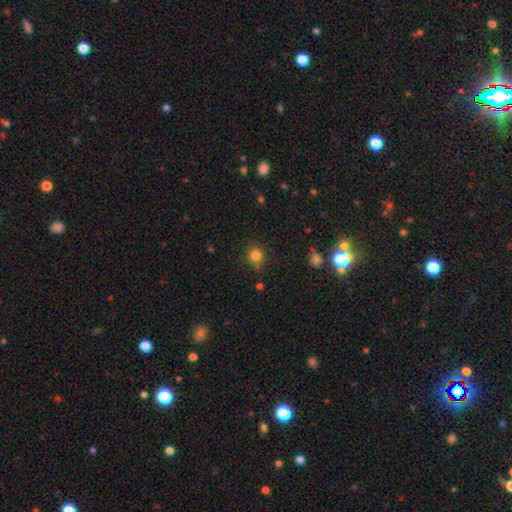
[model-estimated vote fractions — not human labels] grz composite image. It shows a smooth galaxy with no disk features (81%) that is round (91%). Merging: none (81%).